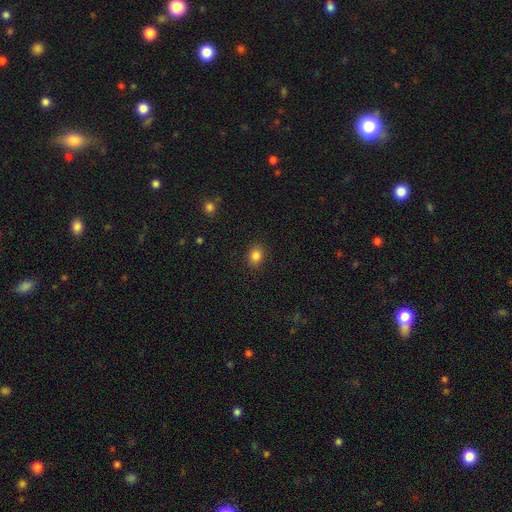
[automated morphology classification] Smooth or featured? Predicted: smooth (p=0.85). How rounded? Predicted: in between (p=0.52). Merging? Predicted: none (p=0.89).